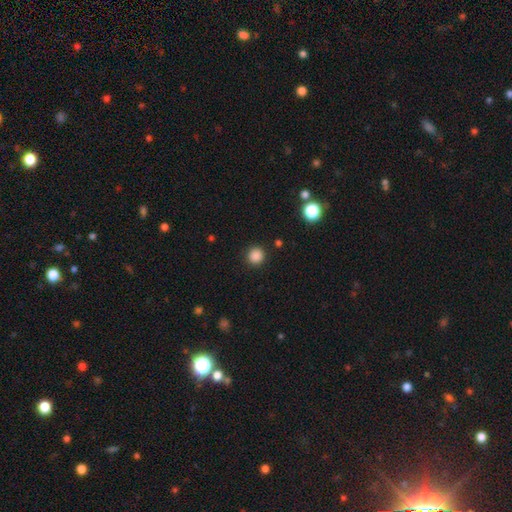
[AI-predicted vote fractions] Morphology: type=smooth (86%); roundness=round (94%); merging=none (91%).